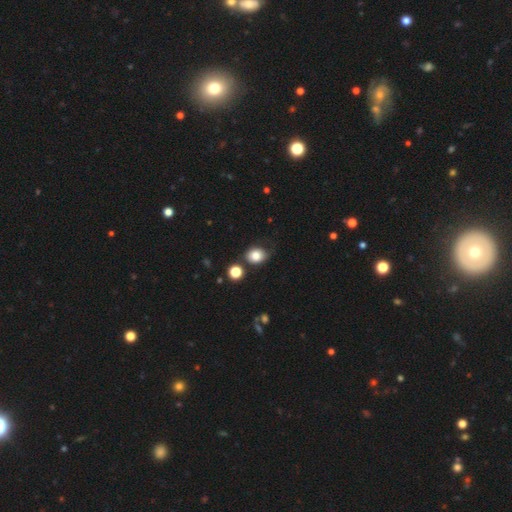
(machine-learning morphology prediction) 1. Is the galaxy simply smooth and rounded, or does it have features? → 81% smooth, 11% star or artifact, 8% featured or disk.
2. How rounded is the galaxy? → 50% round, 49% in between, 1% cigar-shaped.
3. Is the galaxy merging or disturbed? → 68% none, 19% minor disturbance, 8% merger, 5% major disturbance.